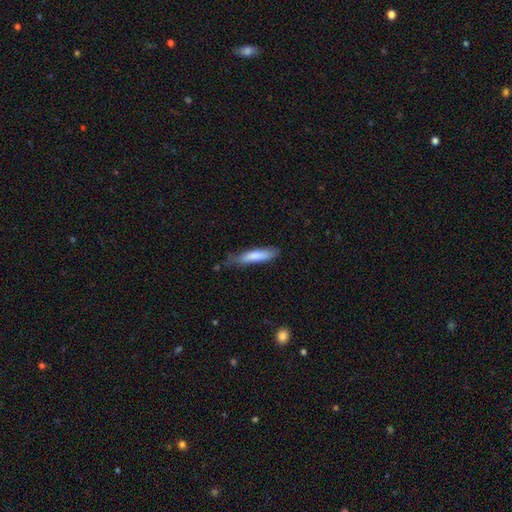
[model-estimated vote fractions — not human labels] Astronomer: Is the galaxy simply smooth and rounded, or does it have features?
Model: smooth — 79%.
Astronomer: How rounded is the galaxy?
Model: cigar-shaped — 79%.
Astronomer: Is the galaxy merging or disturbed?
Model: none — 58%.